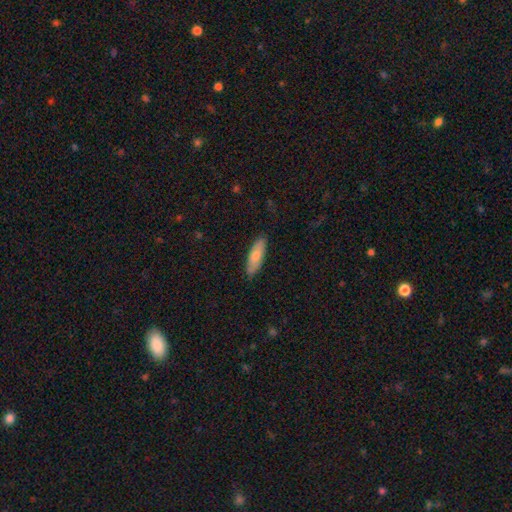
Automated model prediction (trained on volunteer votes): A smooth galaxy with no disk features (75%) that is in between round and cigar-shaped (52%). Merging: none (86%).